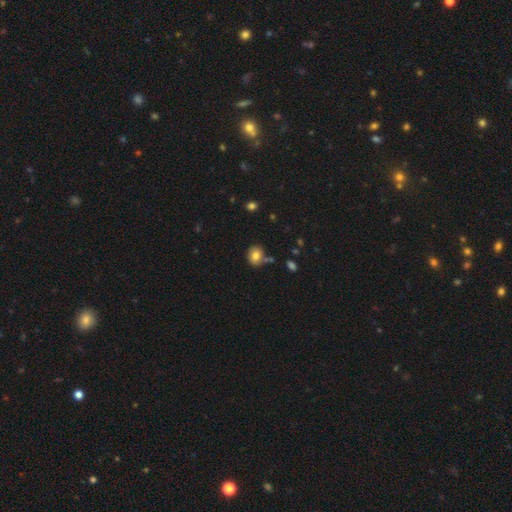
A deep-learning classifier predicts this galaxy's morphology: smooth 81%, star or artifact 10%, featured or disk 9%. Down the decision tree: how rounded — round (59%); merging — none (73%).